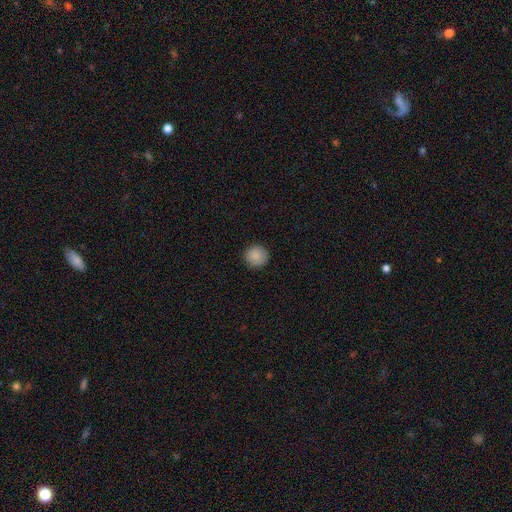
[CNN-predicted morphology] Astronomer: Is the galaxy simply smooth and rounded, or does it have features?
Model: smooth — 88%.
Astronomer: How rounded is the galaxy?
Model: round — 95%.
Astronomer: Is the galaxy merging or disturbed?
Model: none — 92%.